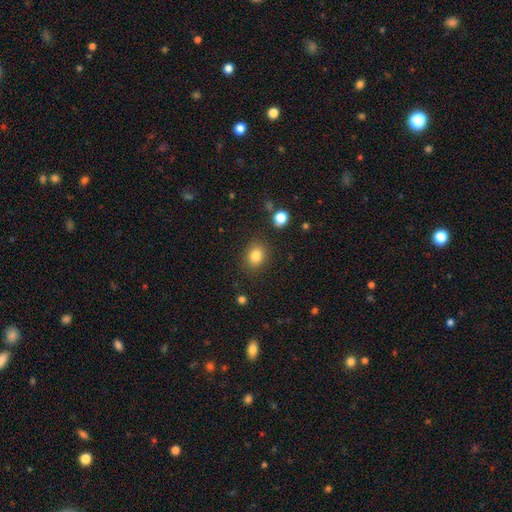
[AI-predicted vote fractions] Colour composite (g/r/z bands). It shows a smooth galaxy with no disk features (83%) that is round (54%). Merging: none (85%).